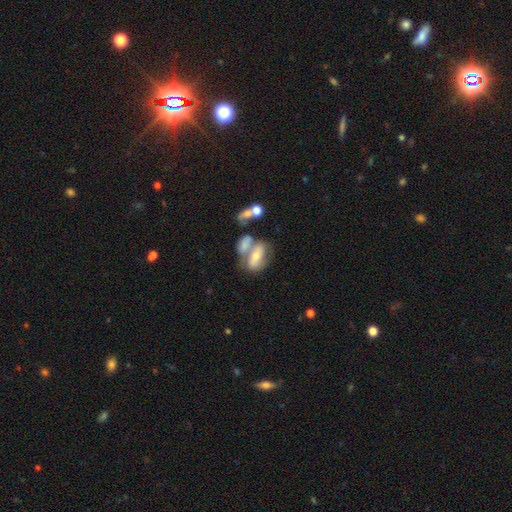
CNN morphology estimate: Q: Smooth or featured?
A: smooth (48%); runner-up: featured or disk (43%)
Q: Merging?
A: merger (53%); runner-up: none (27%)